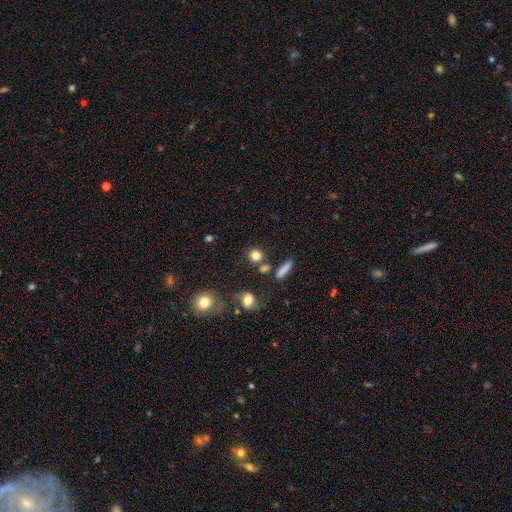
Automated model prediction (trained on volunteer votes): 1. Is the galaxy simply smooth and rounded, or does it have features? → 81% smooth, 12% star or artifact, 7% featured or disk.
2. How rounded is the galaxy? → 85% round, 12% in between, 3% cigar-shaped.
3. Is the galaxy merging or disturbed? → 74% none, 12% merger, 9% minor disturbance, 4% major disturbance.